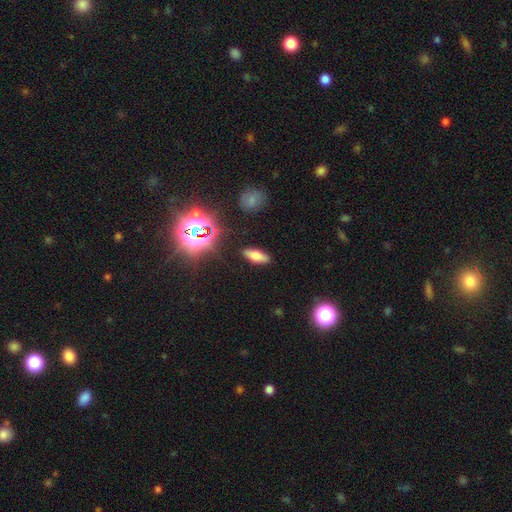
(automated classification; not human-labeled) Q: Smooth or featured?
A: smooth (64%); runner-up: featured or disk (19%)
Q: How rounded?
A: in between (65%); runner-up: cigar-shaped (31%)
Q: Merging?
A: none (89%); runner-up: minor disturbance (8%)